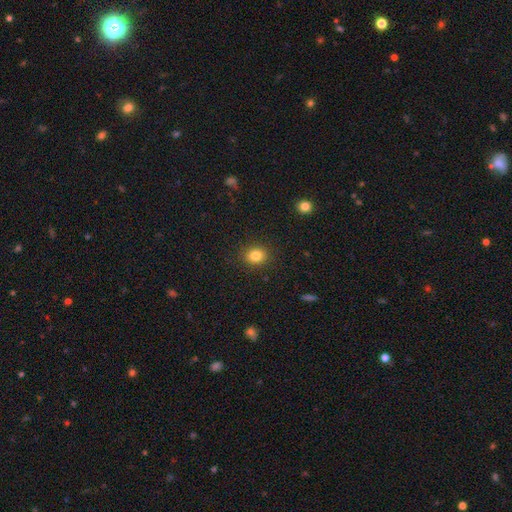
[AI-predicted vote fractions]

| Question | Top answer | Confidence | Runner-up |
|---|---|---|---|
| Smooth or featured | smooth | 84% | star or artifact (11%) |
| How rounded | round | 67% | in between (32%) |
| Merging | none | 89% | minor disturbance (7%) |